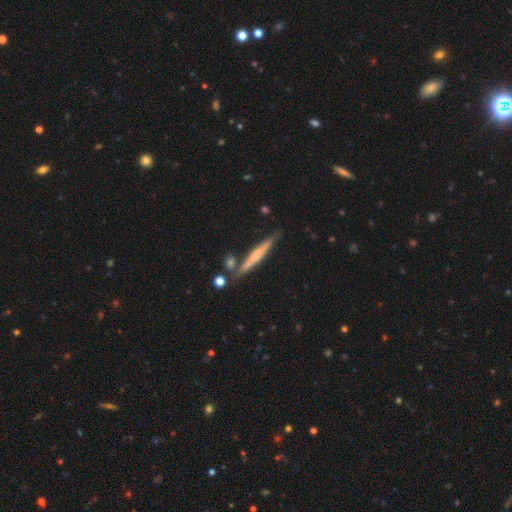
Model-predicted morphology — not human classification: The model was most divided on "smooth or featured": featured or disk: 47%, smooth: 46%, star or artifact: 6%. More confident: merging — none (76%).